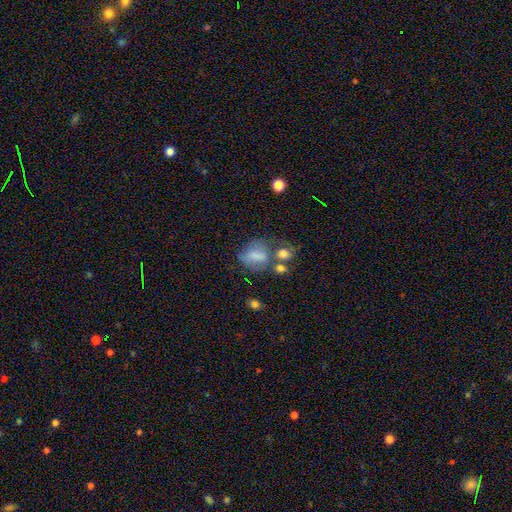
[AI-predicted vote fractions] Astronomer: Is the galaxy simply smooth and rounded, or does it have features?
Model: smooth — 67%.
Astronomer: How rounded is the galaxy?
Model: in between — 62%.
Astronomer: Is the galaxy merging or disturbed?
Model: none — 33% (runner-up: merger, 25%).